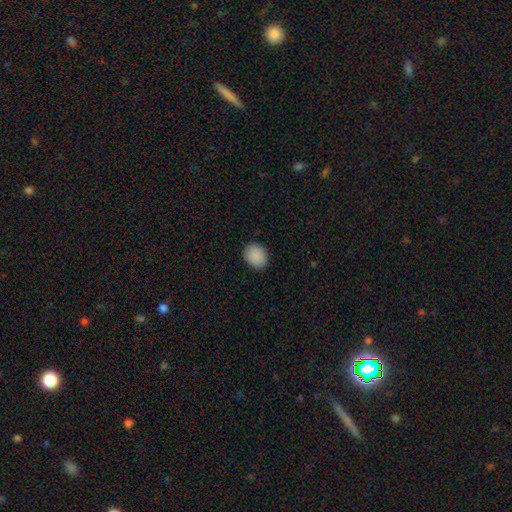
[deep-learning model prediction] The model was most divided on "how rounded": round: 62%, in between: 37%, cigar-shaped: 1%. More confident: smooth or featured — smooth (90%); merging — none (89%).